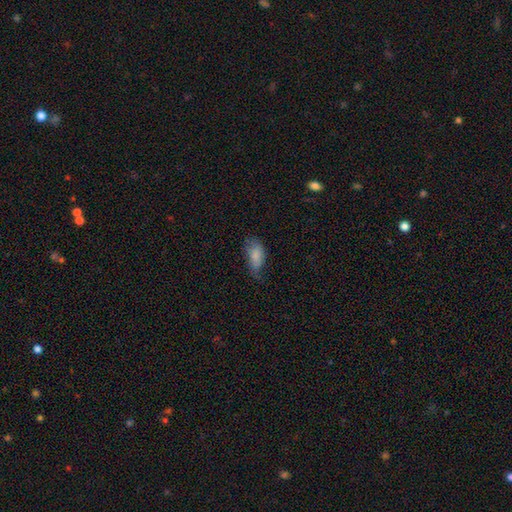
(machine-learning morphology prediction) This appears to be a smooth galaxy with no disk features (79%) that is in between round and cigar-shaped (91%). Merging: none (44%).